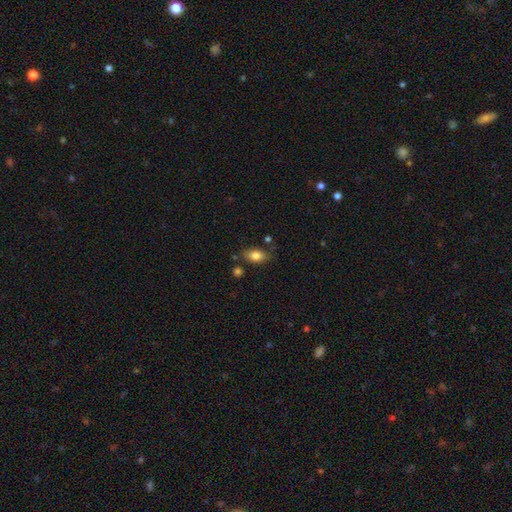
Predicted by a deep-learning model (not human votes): The model was most divided on "merging": none: 74%, minor disturbance: 16%, merger: 5%, major disturbance: 4%. More confident: how rounded — in between (86%); smooth or featured — smooth (81%).